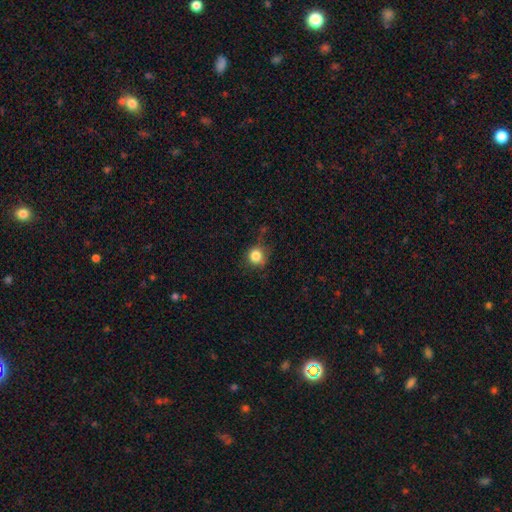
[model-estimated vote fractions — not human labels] smooth 83%, star or artifact 11%, featured or disk 5%. Down the decision tree: how rounded — round (90%); merging — none (72%).